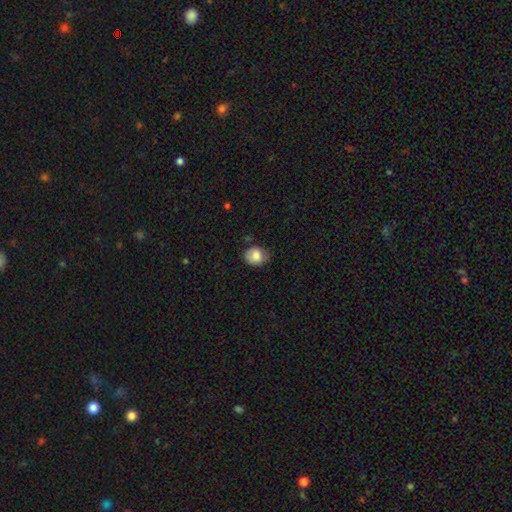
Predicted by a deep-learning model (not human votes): smooth 81%, featured or disk 11%, star or artifact 8%. Down the decision tree: how rounded — round (58%); merging — none (66%).